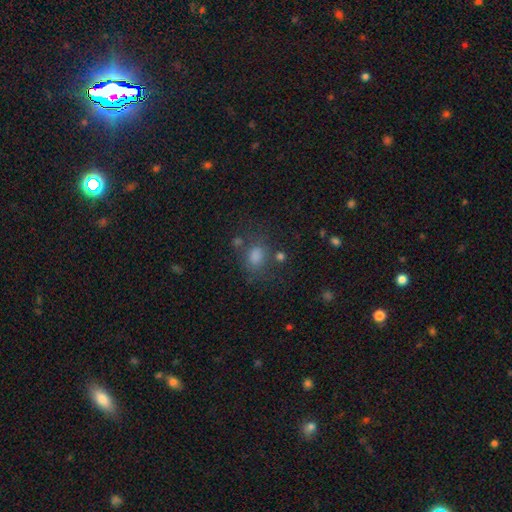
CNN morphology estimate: Smooth or featured?
  - smooth: 71% *
  - star or artifact: 19%
  - featured or disk: 10%
How rounded?
  - in between: 51% *
  - round: 47%
  - cigar-shaped: 2%
Merging?
  - none: 66% *
  - minor disturbance: 16%
  - major disturbance: 9%
  - merger: 8%